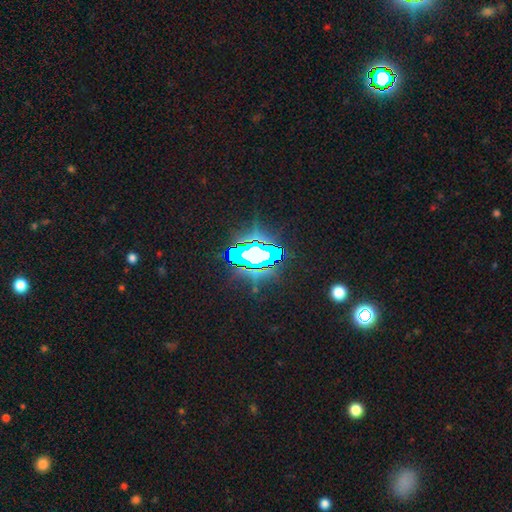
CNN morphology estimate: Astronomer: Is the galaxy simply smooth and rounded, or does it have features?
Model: star or artifact — 69%.